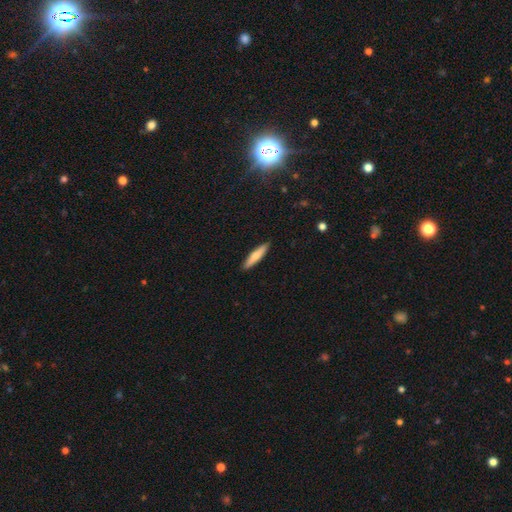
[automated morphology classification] A smooth galaxy with no disk features (68%) that is cigar-shaped (86%). Merging: none (91%).